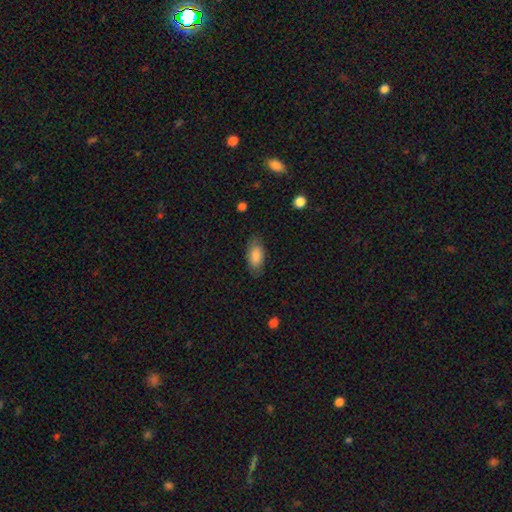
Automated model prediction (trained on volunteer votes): Smooth or featured?
  - smooth: 84% *
  - featured or disk: 10%
  - star or artifact: 6%
How rounded?
  - in between: 89% *
  - cigar-shaped: 8%
  - round: 3%
Merging?
  - none: 81% *
  - minor disturbance: 14%
  - major disturbance: 4%
  - merger: 1%